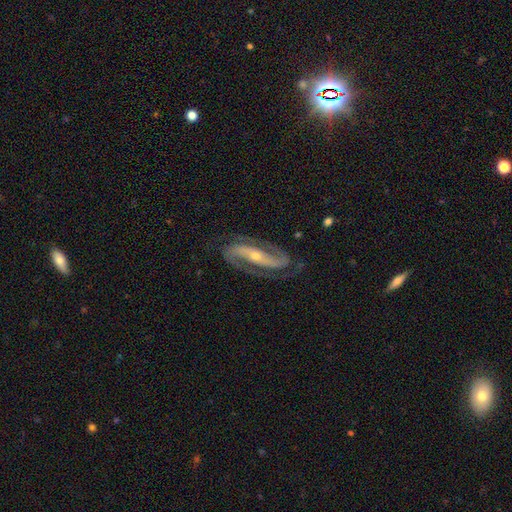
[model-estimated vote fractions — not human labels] The model was most divided on "bar": strong: 51%, no: 27%, weak: 22%. More confident: spiral arms — yes (98%); edge-on disk — no (93%); spiral arm count — 2 (93%); smooth or featured — featured or disk (91%); merging — none (79%); bulge size — small (61%); spiral winding — medium (52%).